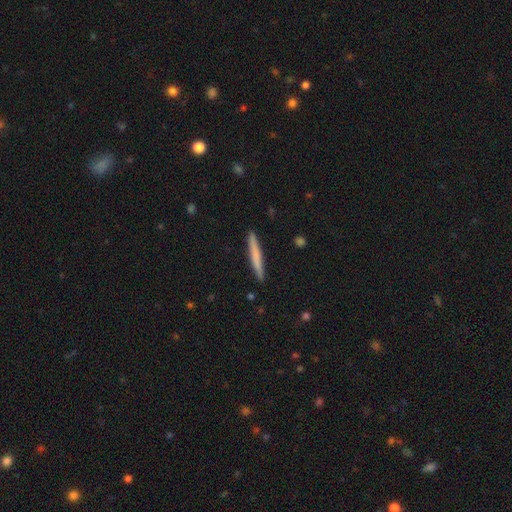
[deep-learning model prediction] Smooth or featured: smooth — 66% (featured or disk — 29%)
How rounded: cigar-shaped — 96% (in between — 3%)
Merging: none — 91% (minor disturbance — 6%)